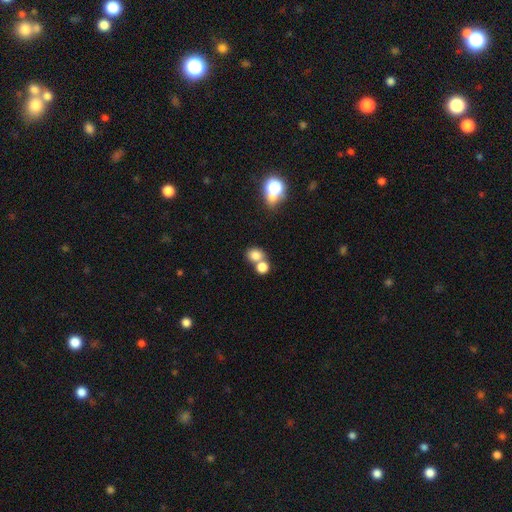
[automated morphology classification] Smooth or featured: smooth — 77% (star or artifact — 14%)
How rounded: round — 64% (in between — 35%)
Merging: none — 45% (merger — 42%)